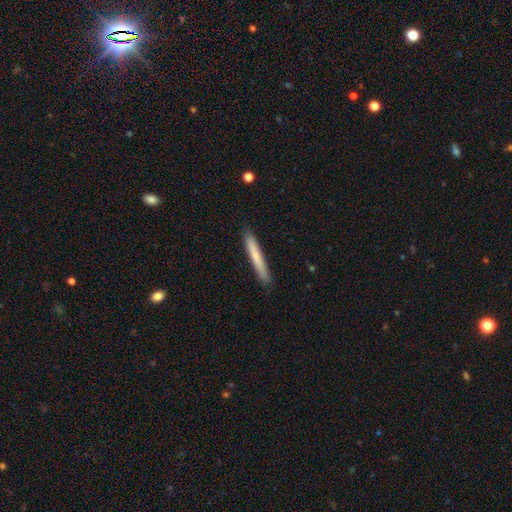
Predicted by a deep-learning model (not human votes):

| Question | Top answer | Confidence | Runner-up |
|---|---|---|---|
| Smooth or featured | smooth | 65% | featured or disk (29%) |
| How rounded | cigar-shaped | 96% | in between (3%) |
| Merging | none | 89% | minor disturbance (9%) |